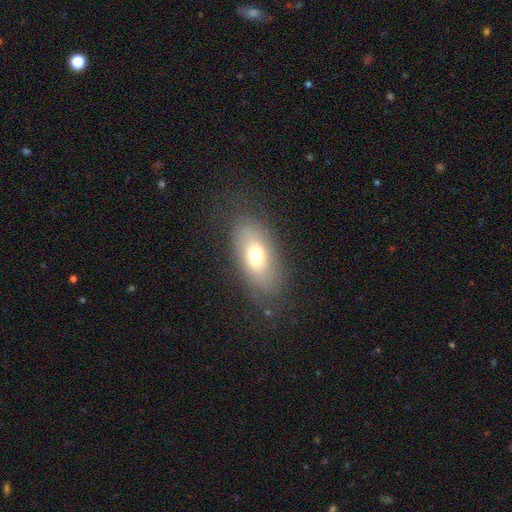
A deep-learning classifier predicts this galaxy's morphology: Smooth or featured? smooth (63%)
How rounded? in between (87%)
Merging? none (74%)